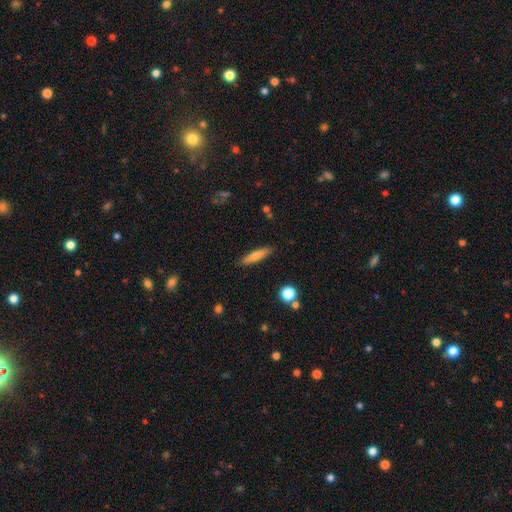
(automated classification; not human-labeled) This is likely a smooth galaxy (70%). How rounded: clearly cigar-shaped (82%). Merging: clearly none (88%).